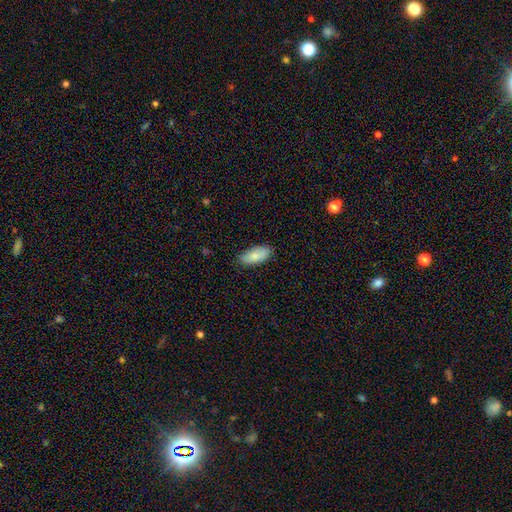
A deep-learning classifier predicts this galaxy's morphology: smooth_or_featured: smooth (p=0.83) [alt: featured or disk p=0.10]
how_rounded: in between (p=0.88) [alt: cigar-shaped p=0.10]
merging: none (p=0.81) [alt: minor disturbance p=0.16]